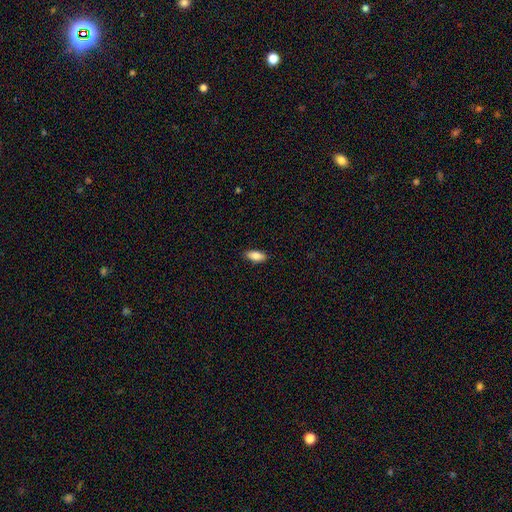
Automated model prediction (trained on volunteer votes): smooth-or-featured: smooth: 85% | featured or disk: 8% | star or artifact: 7%
  how-rounded: in between: 85% | cigar-shaped: 12% | round: 2%
  merging: none: 88% | minor disturbance: 9% | major disturbance: 2% | merger: 1%